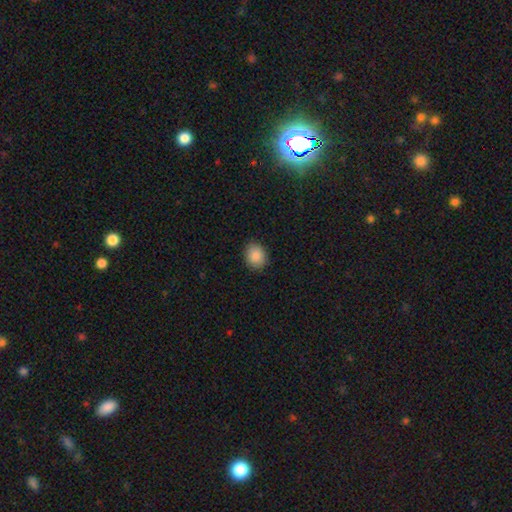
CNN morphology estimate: Smooth or featured? smooth (88%)
How rounded? round (60%)
Merging? none (89%)